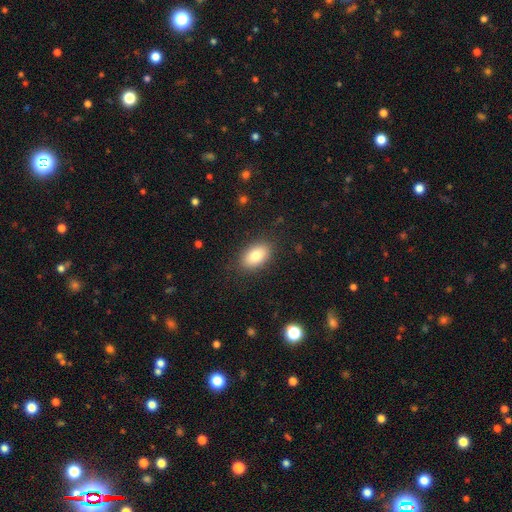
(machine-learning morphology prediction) Q: Smooth or featured?
A: smooth (82%); runner-up: featured or disk (11%)
Q: How rounded?
A: in between (90%); runner-up: round (8%)
Q: Merging?
A: none (86%); runner-up: minor disturbance (10%)